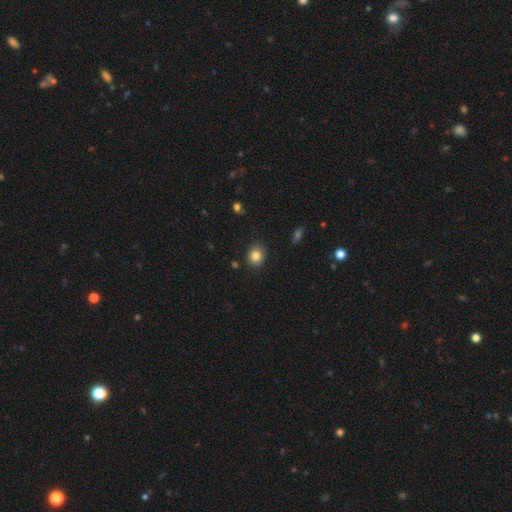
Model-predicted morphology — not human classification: smooth-or-featured: smooth: 83% | star or artifact: 10% | featured or disk: 6%
  how-rounded: round: 77% | in between: 22% | cigar-shaped: 1%
  merging: none: 88% | minor disturbance: 8% | major disturbance: 2% | merger: 1%